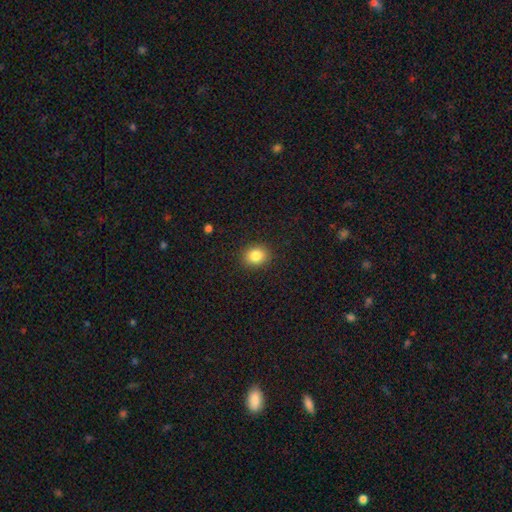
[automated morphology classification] Smooth or featured: smooth — 84% (star or artifact — 10%)
How rounded: round — 64% (in between — 35%)
Merging: none — 89% (minor disturbance — 7%)